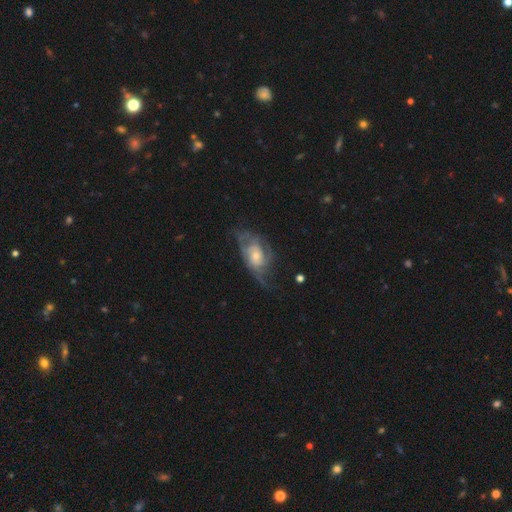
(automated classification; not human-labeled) Smooth or featured: featured or disk — 75% (smooth — 18%)
Edge-on disk: no — 94% (yes — 6%)
Bar: no — 69% (weak — 27%)
Spiral arms: yes — 86% (no — 14%)
Spiral winding: medium — 42% (tight — 32%)
Spiral arm count: 2 — 37% (can't tell — 32%)
Bulge size: moderate — 48% (small — 42%)
Merging: none — 49% (major disturbance — 25%)